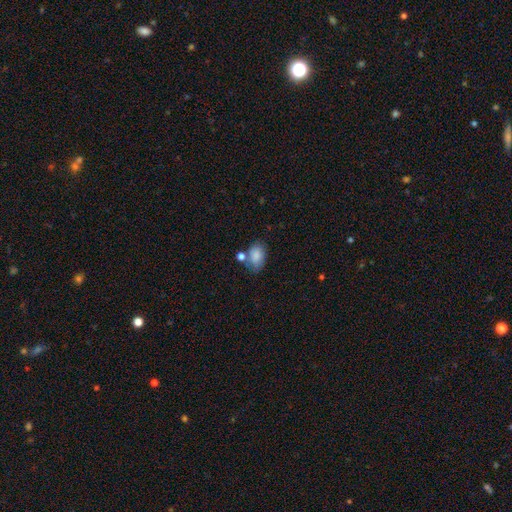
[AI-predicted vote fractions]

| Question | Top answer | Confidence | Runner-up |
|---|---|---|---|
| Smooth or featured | smooth | 83% | featured or disk (9%) |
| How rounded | in between | 85% | round (14%) |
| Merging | none | 54% | minor disturbance (21%) |